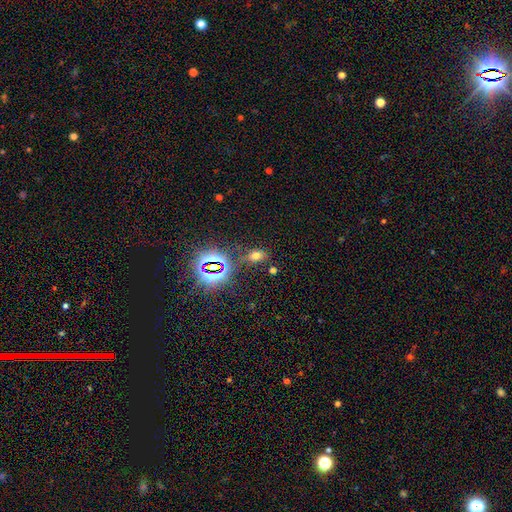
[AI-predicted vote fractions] A smooth galaxy with no disk features (56%) that is in between round and cigar-shaped (77%).

Vote fractions:
- Smooth or featured? smooth: 56% / star or artifact: 35% / featured or disk: 9%
- How rounded? in between: 77% / round: 20% / cigar-shaped: 3%
- Merging? none: 75% / minor disturbance: 14% / merger: 6% / major disturbance: 6%